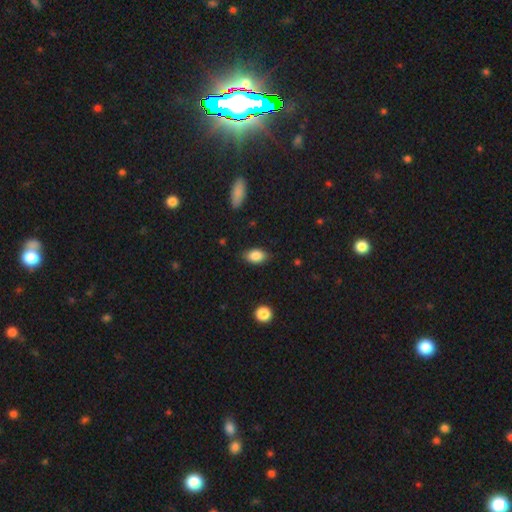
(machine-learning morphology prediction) A smooth galaxy with no disk features (86%) that is in between round and cigar-shaped (87%). Merging: none (82%).